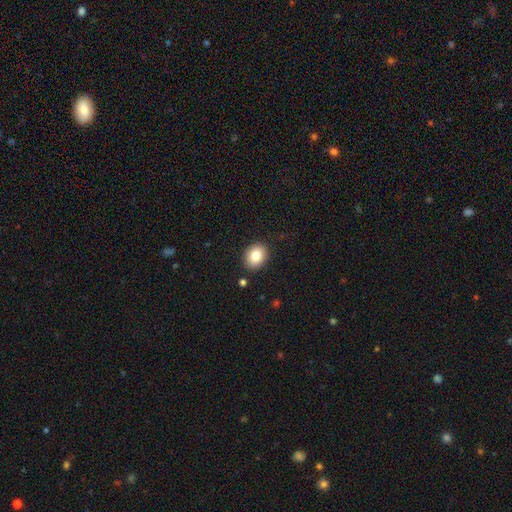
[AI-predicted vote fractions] Overall: smooth (82%). How rounded: in between (54%; round 45%). Merging: none (88%).